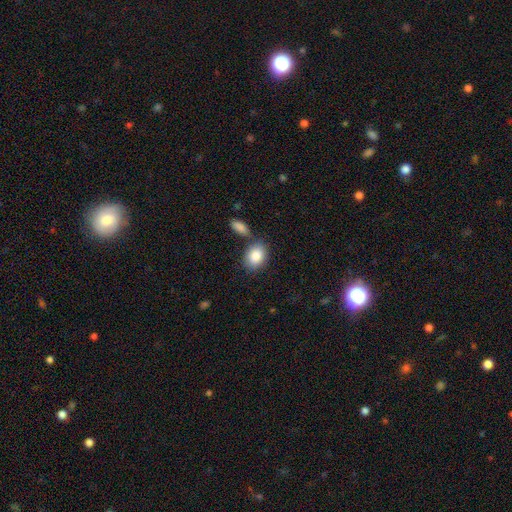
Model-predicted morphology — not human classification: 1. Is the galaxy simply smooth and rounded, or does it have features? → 86% smooth, 7% featured or disk, 7% star or artifact.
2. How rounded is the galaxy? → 69% in between, 30% round, 1% cigar-shaped.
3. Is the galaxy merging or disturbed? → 65% none, 17% merger, 14% minor disturbance, 4% major disturbance.